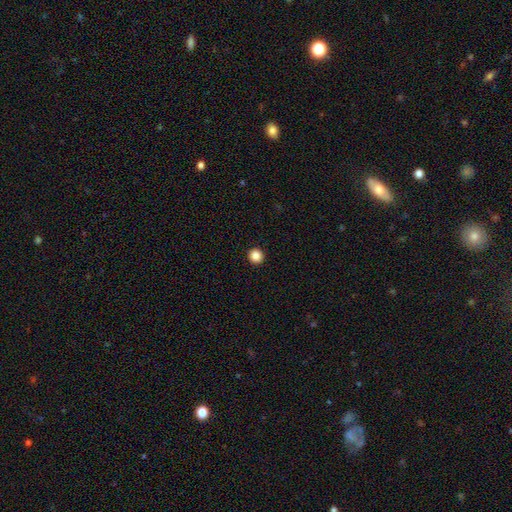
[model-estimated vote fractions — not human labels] Q: Smooth or featured?
A: smooth (86%); runner-up: star or artifact (10%)
Q: How rounded?
A: round (95%); runner-up: in between (4%)
Q: Merging?
A: none (94%); runner-up: minor disturbance (4%)